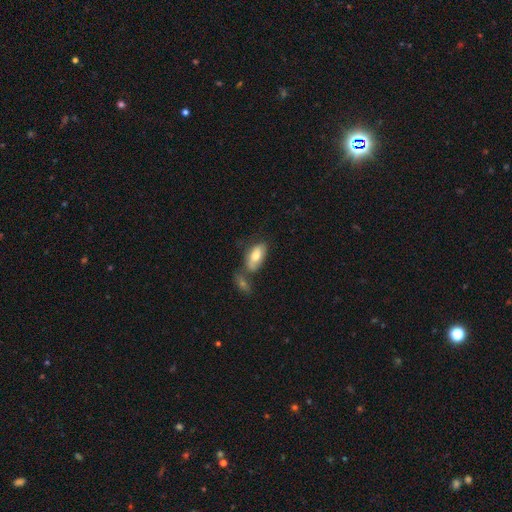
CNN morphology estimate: Smooth or featured? smooth (72%)
How rounded? in between (90%)
Merging? none (46%)